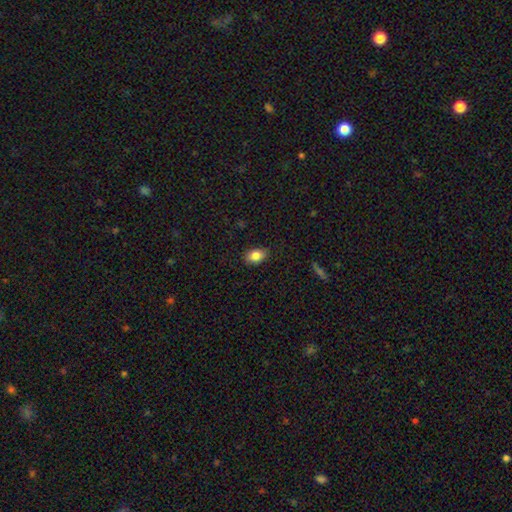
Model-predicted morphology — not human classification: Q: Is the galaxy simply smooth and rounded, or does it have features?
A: smooth — 84%.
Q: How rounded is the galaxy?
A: in between — 82%.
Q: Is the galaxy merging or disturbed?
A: none — 85%.